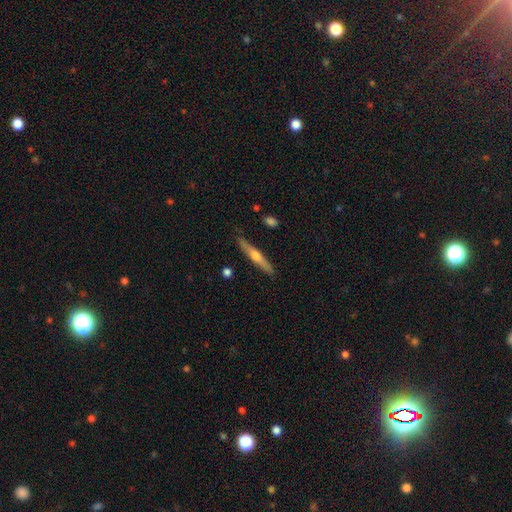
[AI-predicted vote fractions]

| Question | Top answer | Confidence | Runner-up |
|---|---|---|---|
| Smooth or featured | featured or disk | 54% | smooth (40%) |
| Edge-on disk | yes | 95% | no (5%) |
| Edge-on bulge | rounded | 87% | none (9%) |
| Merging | none | 85% | minor disturbance (11%) |